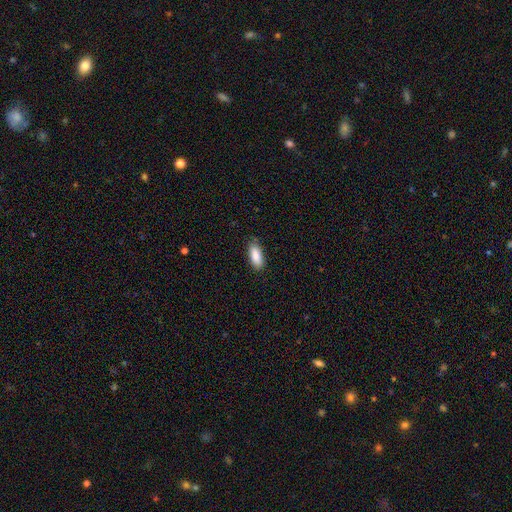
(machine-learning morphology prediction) The model was most divided on "how rounded": in between: 82%, cigar-shaped: 17%, round: 2%. More confident: smooth or featured — smooth (89%); merging — none (85%).